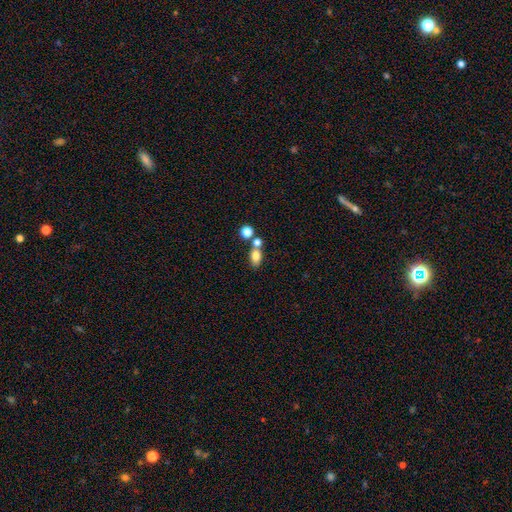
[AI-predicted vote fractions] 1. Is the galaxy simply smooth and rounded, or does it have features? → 78% smooth, 11% star or artifact, 11% featured or disk.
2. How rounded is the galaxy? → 78% in between, 18% round, 4% cigar-shaped.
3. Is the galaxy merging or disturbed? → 55% none, 30% merger, 11% minor disturbance, 4% major disturbance.